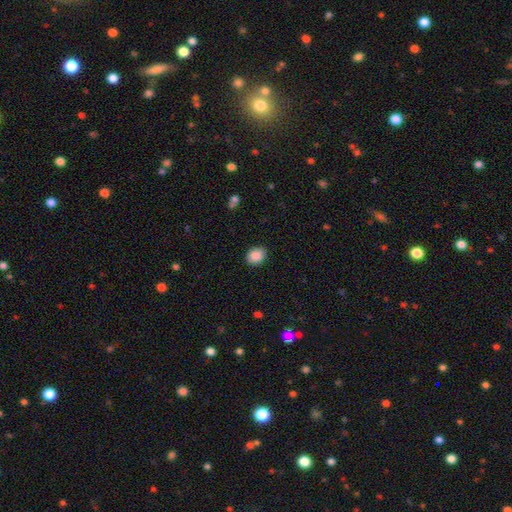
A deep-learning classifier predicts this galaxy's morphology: Smooth or featured? smooth (88%)
How rounded? round (54%)
Merging? none (89%)